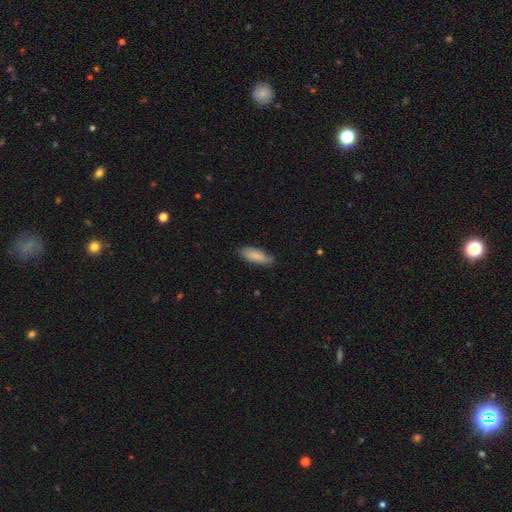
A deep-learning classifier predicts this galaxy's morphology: Q: Smooth or featured?
A: smooth (85%); runner-up: featured or disk (10%)
Q: How rounded?
A: in between (64%); runner-up: cigar-shaped (35%)
Q: Merging?
A: none (79%); runner-up: minor disturbance (17%)